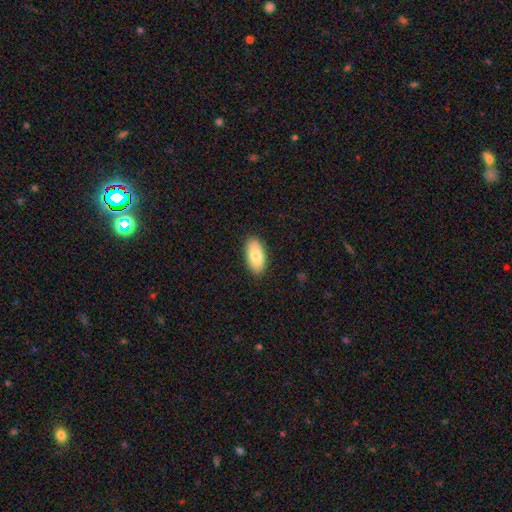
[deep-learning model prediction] Overall: smooth (82%). How rounded: in between (93%). Merging: none (89%).